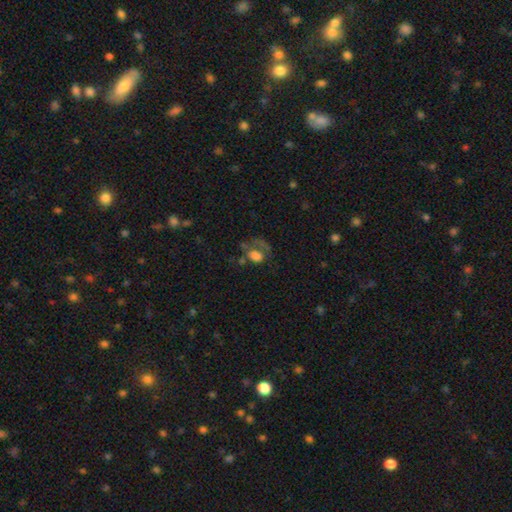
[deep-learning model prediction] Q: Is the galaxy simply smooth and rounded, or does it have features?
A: smooth — 55%.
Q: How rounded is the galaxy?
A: in between — 65%.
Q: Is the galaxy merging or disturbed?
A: major disturbance — 38%.